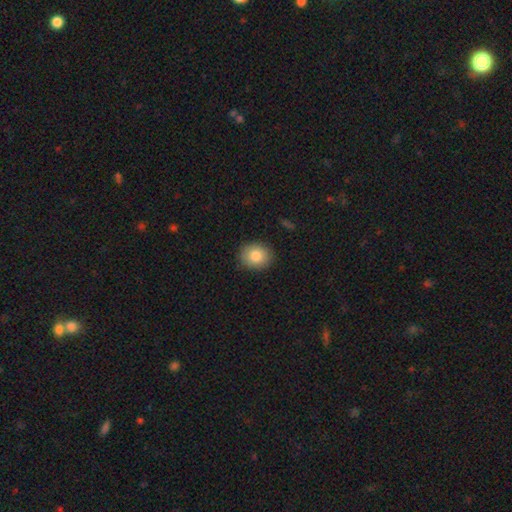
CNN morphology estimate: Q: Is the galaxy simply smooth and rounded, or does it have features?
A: smooth — 83%.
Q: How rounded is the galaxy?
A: round — 69%.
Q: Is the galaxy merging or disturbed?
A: none — 88%.